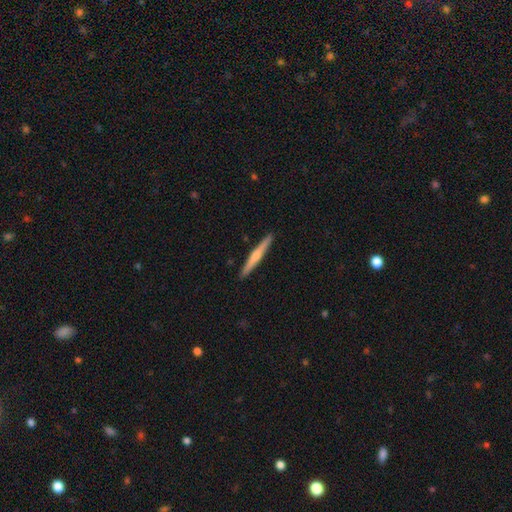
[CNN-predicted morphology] Q: Smooth or featured?
A: featured or disk (60%); runner-up: smooth (34%)
Q: Edge-on disk?
A: yes (97%); runner-up: no (3%)
Q: Edge-on bulge?
A: rounded (74%); runner-up: none (21%)
Q: Merging?
A: none (92%); runner-up: minor disturbance (6%)